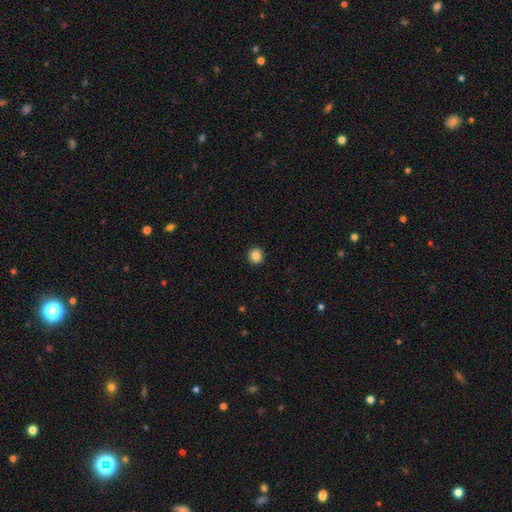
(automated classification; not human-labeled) Smooth or featured?
  - smooth: 86% *
  - star or artifact: 10%
  - featured or disk: 4%
How rounded?
  - round: 93% *
  - in between: 6%
  - cigar-shaped: 1%
Merging?
  - none: 93% *
  - minor disturbance: 5%
  - major disturbance: 2%
  - merger: 1%